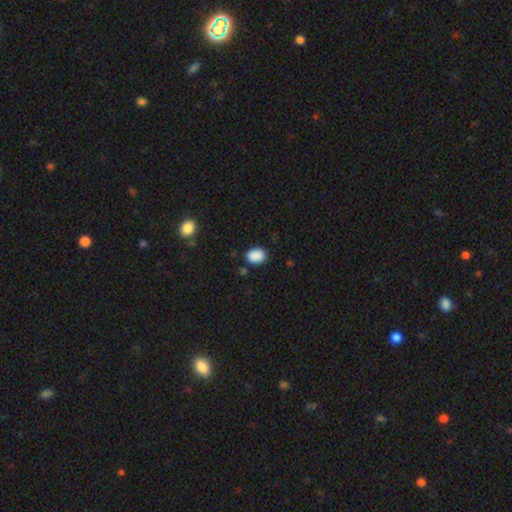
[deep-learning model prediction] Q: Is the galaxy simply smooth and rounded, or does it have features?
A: smooth — 89%.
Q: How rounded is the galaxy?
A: in between — 72%.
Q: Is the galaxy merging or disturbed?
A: none — 84%.